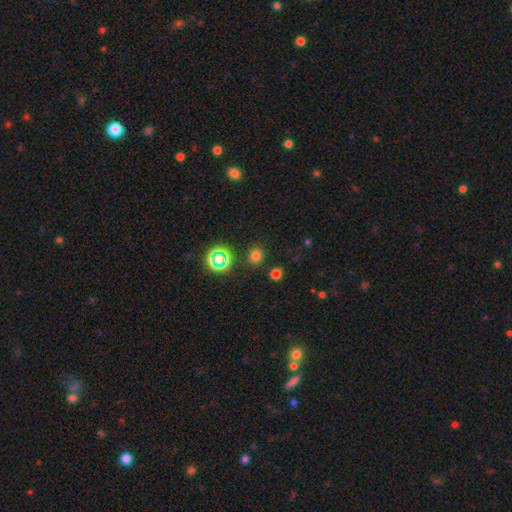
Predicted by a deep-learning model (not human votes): A smooth galaxy with no disk features (70%) that is round (78%). Merging: none (86%).